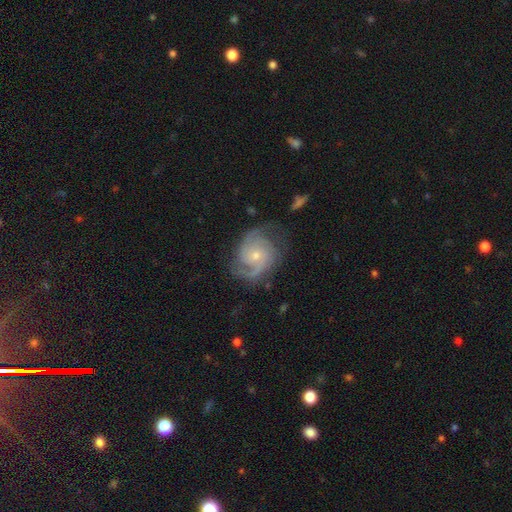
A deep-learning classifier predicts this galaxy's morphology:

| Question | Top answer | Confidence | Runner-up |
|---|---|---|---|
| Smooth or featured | featured or disk | 87% | smooth (7%) |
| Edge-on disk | no | 98% | yes (2%) |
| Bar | no | 73% | weak (23%) |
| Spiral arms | yes | 97% | no (3%) |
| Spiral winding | medium | 45% | tight (42%) |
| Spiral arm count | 2 | 51% | 3 (25%) |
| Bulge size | small | 63% | moderate (34%) |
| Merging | none | 70% | minor disturbance (19%) |